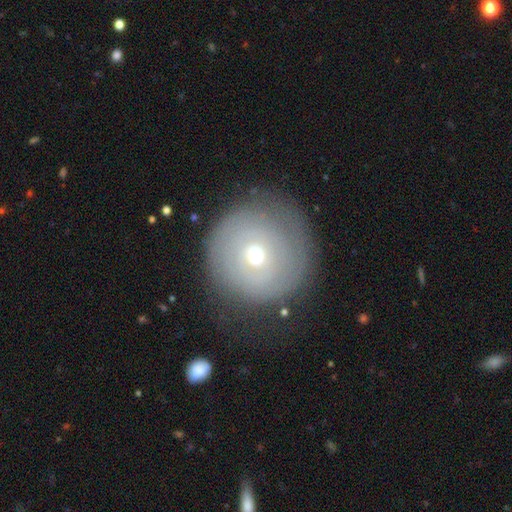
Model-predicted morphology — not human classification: A featured or disk galaxy (45%, tied with smooth). Merging: none (73%).